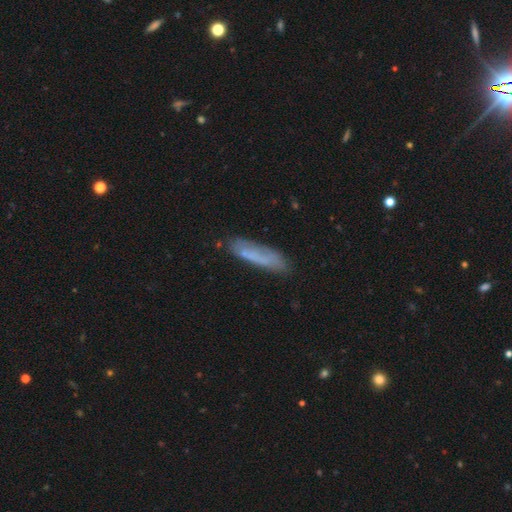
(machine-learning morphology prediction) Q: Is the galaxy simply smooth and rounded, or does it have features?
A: smooth — 58%.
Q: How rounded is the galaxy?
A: cigar-shaped — 78%.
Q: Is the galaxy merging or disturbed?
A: none — 69%.